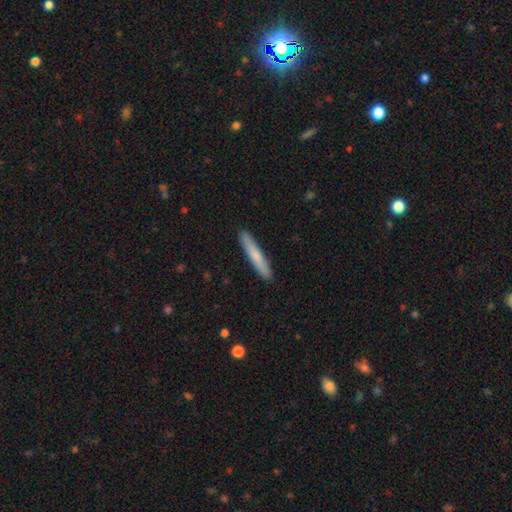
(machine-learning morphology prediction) Overall: smooth (72%). How rounded: cigar-shaped (94%). Merging: none (91%).